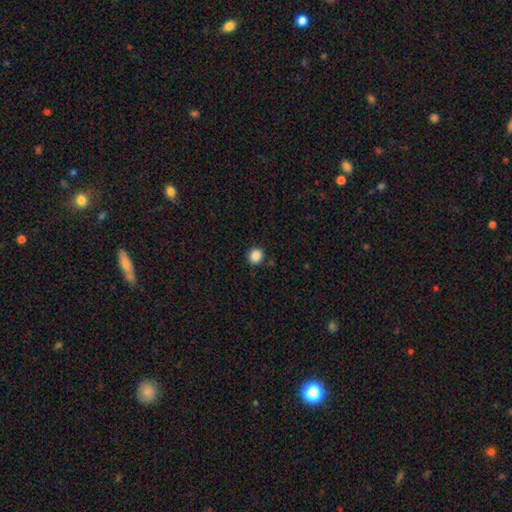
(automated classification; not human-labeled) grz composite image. It shows a smooth galaxy with no disk features (87%) that is round (88%). Merging: none (88%).